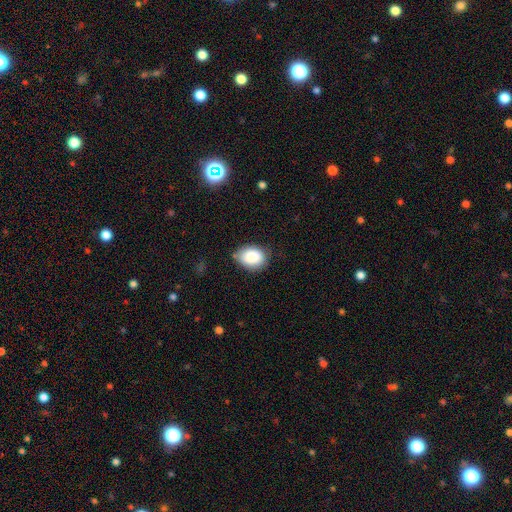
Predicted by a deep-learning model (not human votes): A smooth galaxy with no disk features (85%) that is in between round and cigar-shaped (73%).

Vote fractions:
- Smooth or featured? smooth: 85% / featured or disk: 8% / star or artifact: 7%
- How rounded? in between: 73% / round: 26% / cigar-shaped: 1%
- Merging? none: 72% / minor disturbance: 22% / major disturbance: 4% / merger: 2%